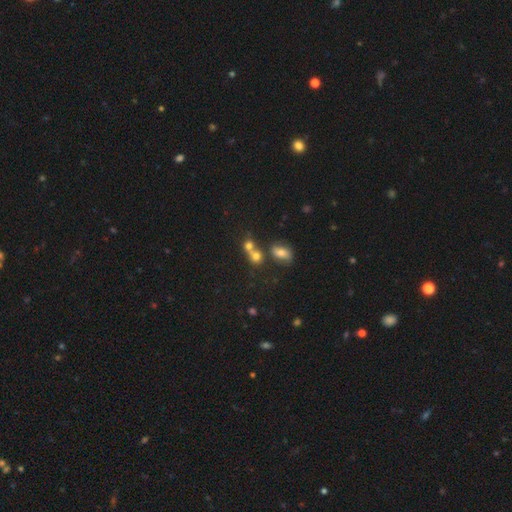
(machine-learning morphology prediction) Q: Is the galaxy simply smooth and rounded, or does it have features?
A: smooth — 69%.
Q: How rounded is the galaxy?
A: round — 68%.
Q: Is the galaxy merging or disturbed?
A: merger — 52%.